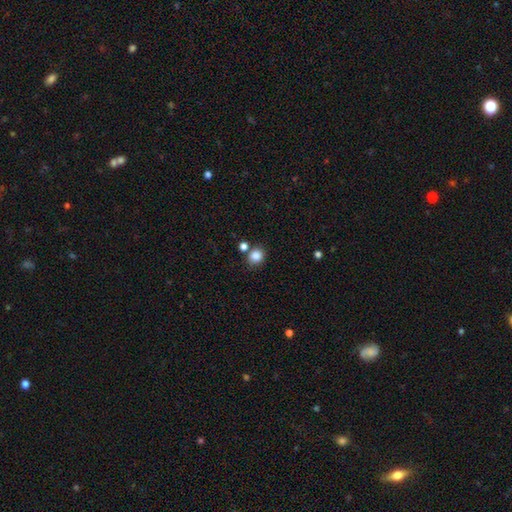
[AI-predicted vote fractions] Smooth or featured? Predicted: smooth (p=0.85). How rounded? Predicted: round (p=0.77). Merging? Predicted: none (p=0.74).